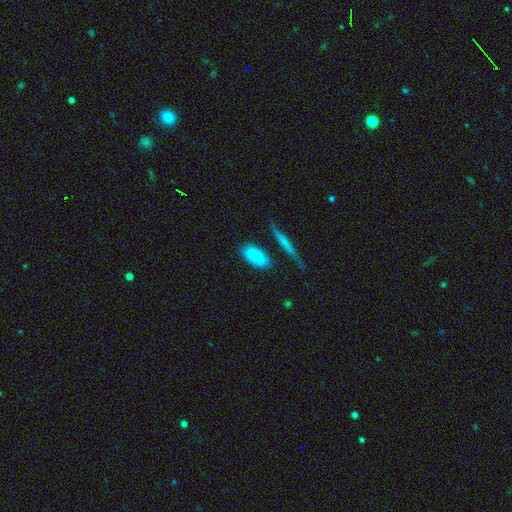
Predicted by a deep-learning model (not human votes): smooth-or-featured: smooth: 81% | featured or disk: 11% | star or artifact: 7%
  how-rounded: in between: 89% | cigar-shaped: 8% | round: 3%
  merging: none: 68% | minor disturbance: 20% | merger: 7% | major disturbance: 6%